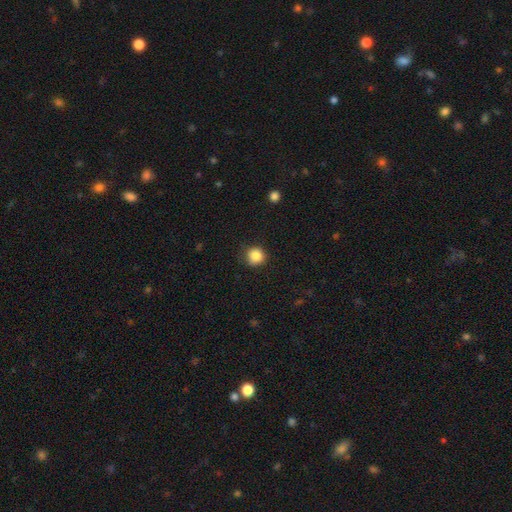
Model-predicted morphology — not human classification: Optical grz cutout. It shows a smooth galaxy with no disk features (86%) that is round (91%). Merging: none (82%).